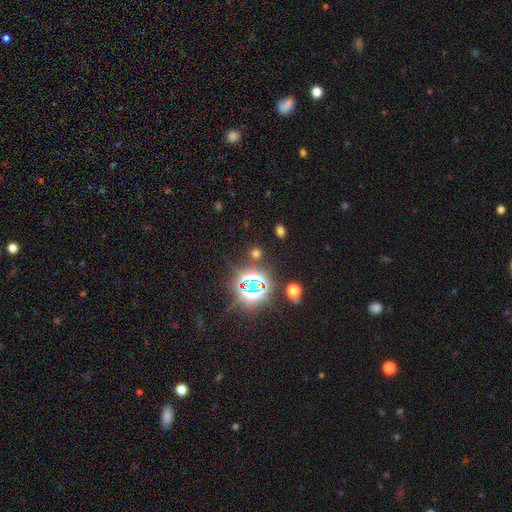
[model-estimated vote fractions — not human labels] smooth-or-featured: star or artifact: 78% | smooth: 14% | featured or disk: 8%